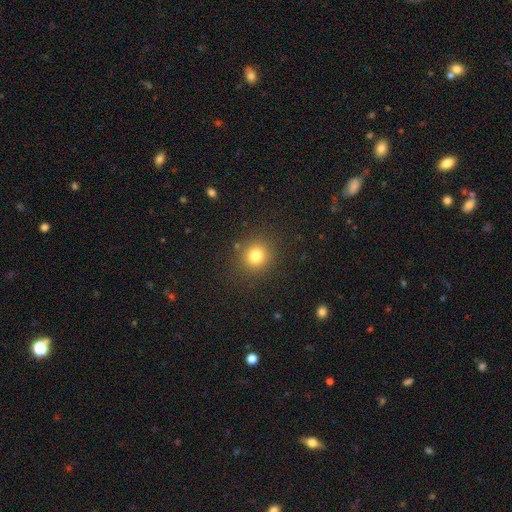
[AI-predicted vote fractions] The model was most divided on "smooth or featured": smooth: 78%, star or artifact: 14%, featured or disk: 7%. More confident: how rounded — round (89%); merging — none (88%).